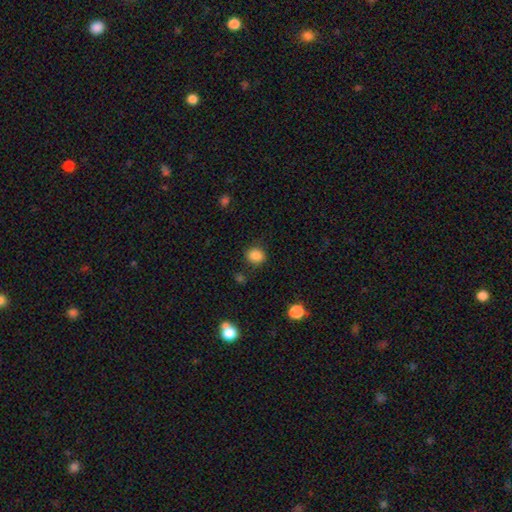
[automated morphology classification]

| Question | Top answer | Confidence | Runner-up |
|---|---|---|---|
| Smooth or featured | smooth | 85% | star or artifact (11%) |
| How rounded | round | 70% | in between (29%) |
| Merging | none | 83% | minor disturbance (10%) |